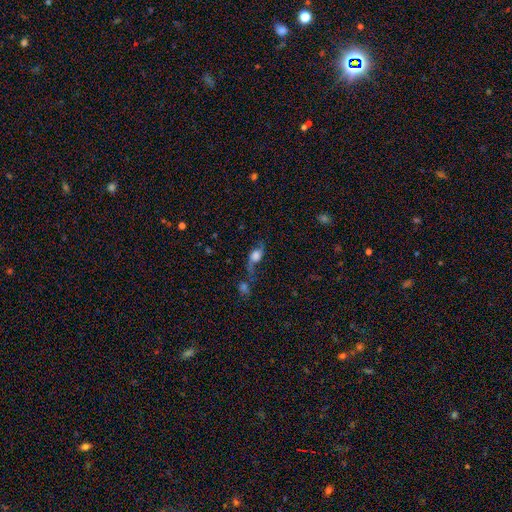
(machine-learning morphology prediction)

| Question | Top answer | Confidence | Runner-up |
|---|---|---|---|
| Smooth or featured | featured or disk | 47% | smooth (40%) |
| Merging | none | 36% | merger (24%) |